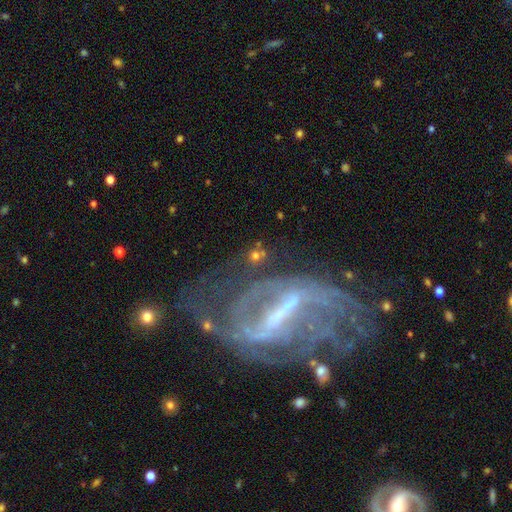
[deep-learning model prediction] The model was most divided on "smooth or featured": featured or disk: 49%, smooth: 34%, star or artifact: 17%. More confident: merging — none (64%).